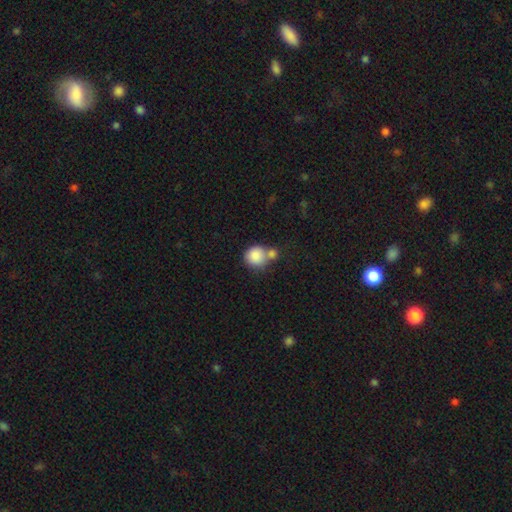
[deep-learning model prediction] Smooth or featured: smooth — 85% (star or artifact — 8%)
How rounded: round — 88% (in between — 11%)
Merging: merger — 44% (none — 41%)